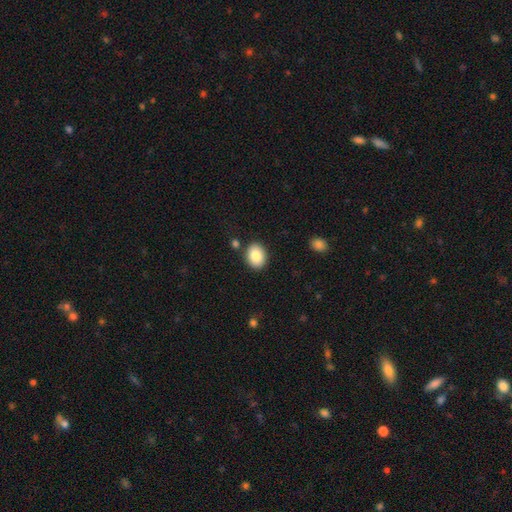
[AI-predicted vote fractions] smooth-or-featured: smooth: 84% | featured or disk: 8% | star or artifact: 7%
  how-rounded: in between: 57% | round: 42% | cigar-shaped: 1%
  merging: none: 86% | minor disturbance: 8% | merger: 3% | major disturbance: 2%